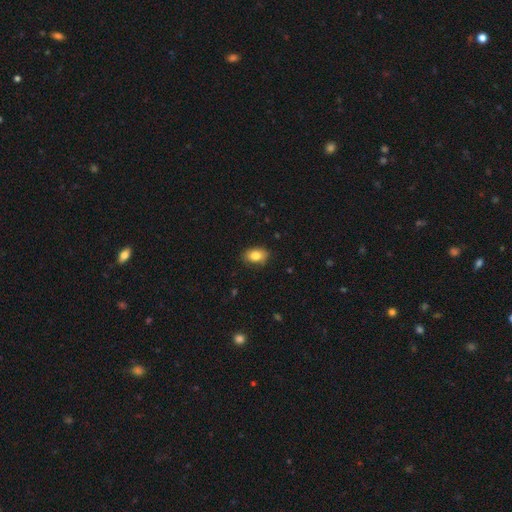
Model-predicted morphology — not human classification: Overall: smooth (83%). How rounded: in between (85%). Merging: none (85%).